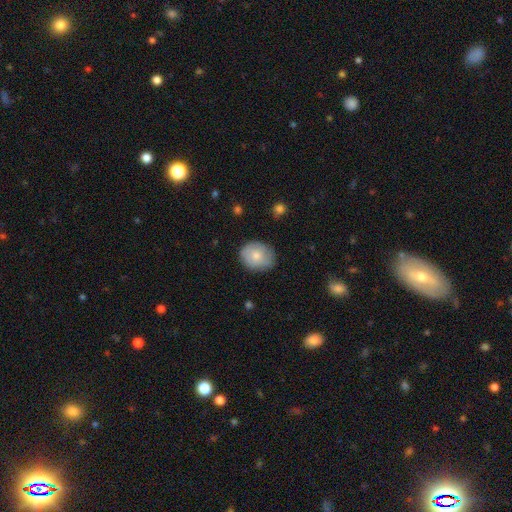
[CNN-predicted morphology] A smooth galaxy with no disk features (72%) that is round (63%). Merging: none (74%).